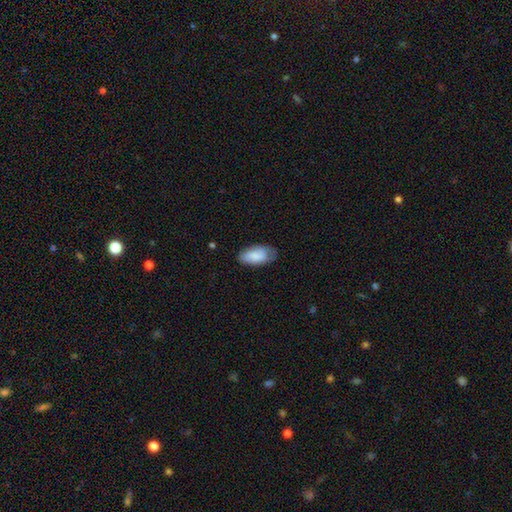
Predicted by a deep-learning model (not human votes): Smooth or featured? Predicted: smooth (p=0.81). How rounded? Predicted: in between (p=0.94). Merging? Predicted: none (p=0.66).